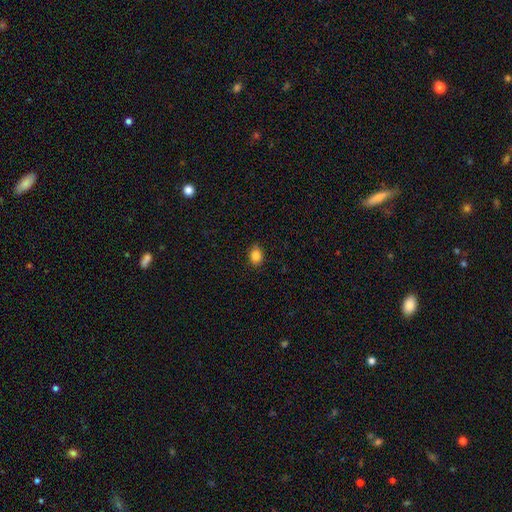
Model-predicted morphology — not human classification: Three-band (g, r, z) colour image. It shows a smooth galaxy with no disk features (85%) that is in between round and cigar-shaped (53%). Merging: none (87%).